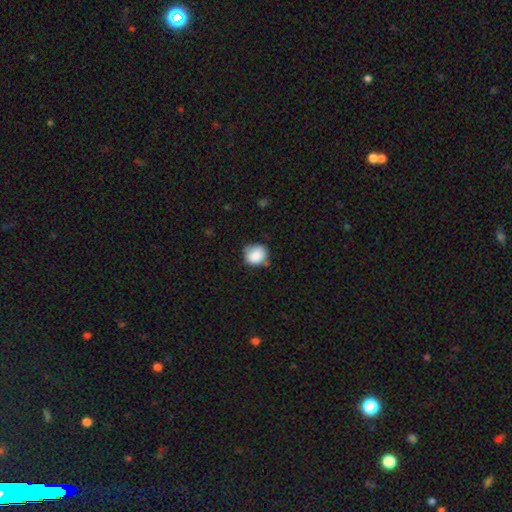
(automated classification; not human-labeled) The model was most divided on "merging": none: 61%, minor disturbance: 29%, major disturbance: 6%, merger: 4%. More confident: smooth or featured — smooth (86%); how rounded — round (76%).